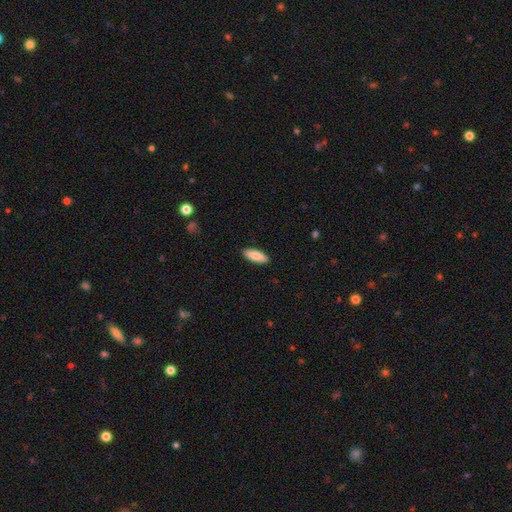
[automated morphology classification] type=smooth (85%); roundness=in between (70%); merging=none (89%).